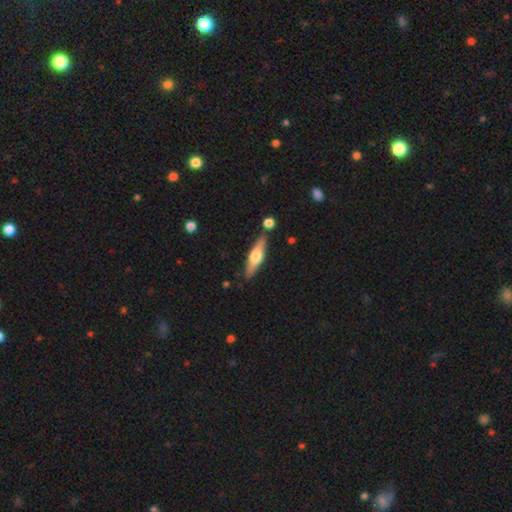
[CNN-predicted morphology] Smooth or featured: featured or disk — 59% (smooth — 36%)
Edge-on disk: yes — 95% (no — 5%)
Edge-on bulge: rounded — 92% (boxy — 5%)
Merging: none — 82% (minor disturbance — 10%)